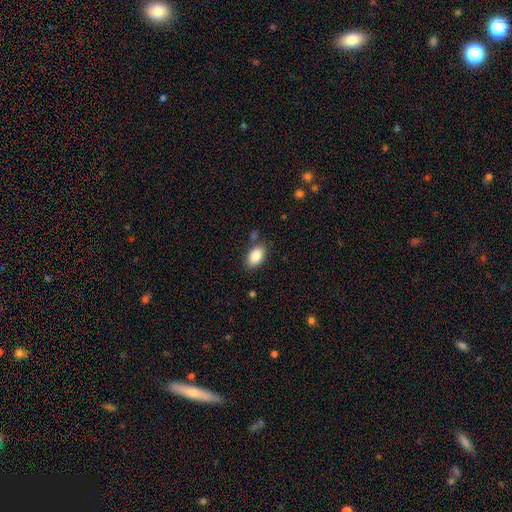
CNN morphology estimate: smooth 86%, star or artifact 7%, featured or disk 6%. Down the decision tree: how rounded — in between (92%); merging — none (79%).